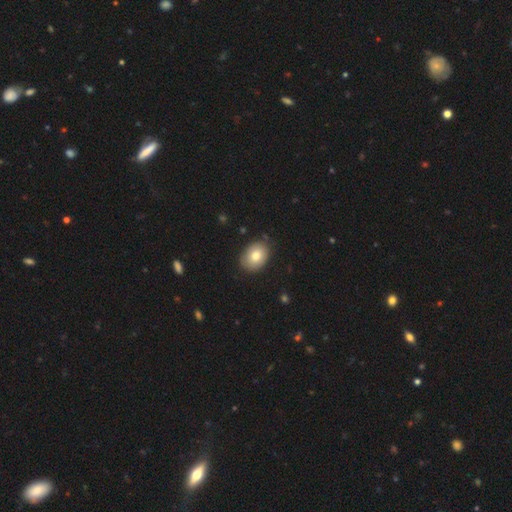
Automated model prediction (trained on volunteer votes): Smooth or featured? smooth (79%)
How rounded? in between (74%)
Merging? none (83%)